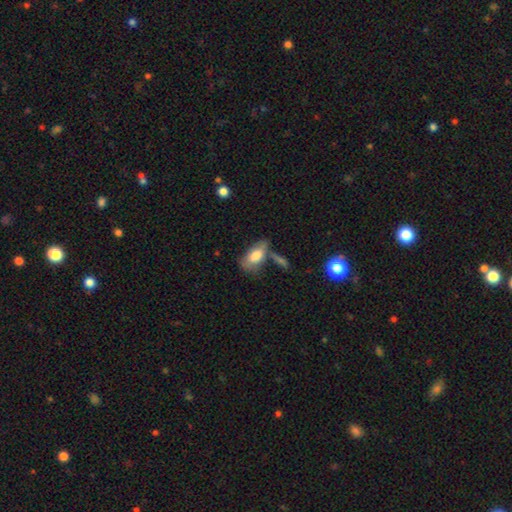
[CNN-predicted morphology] smooth 73%, featured or disk 20%, star or artifact 7%. Down the decision tree: how rounded — in between (90%); merging — none (42%).